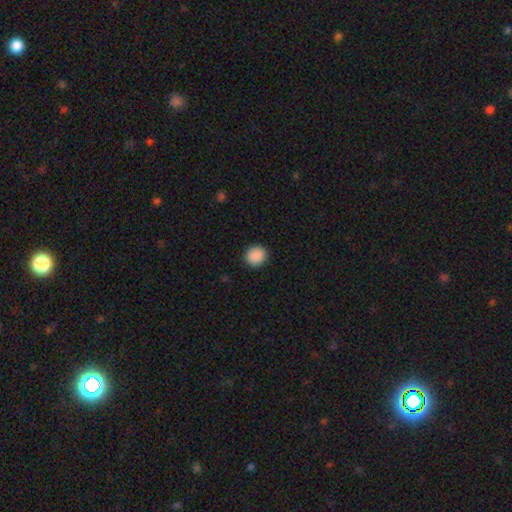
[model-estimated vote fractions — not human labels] Smooth or featured? smooth (90%)
How rounded? round (85%)
Merging? none (91%)